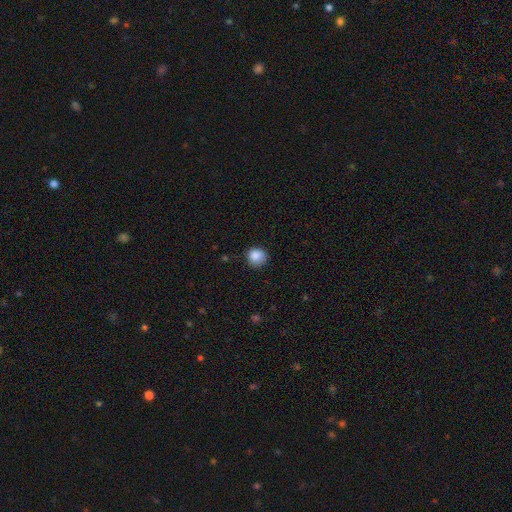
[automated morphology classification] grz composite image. It shows a smooth galaxy with no disk features (87%) that is round (89%). Merging: none (79%).